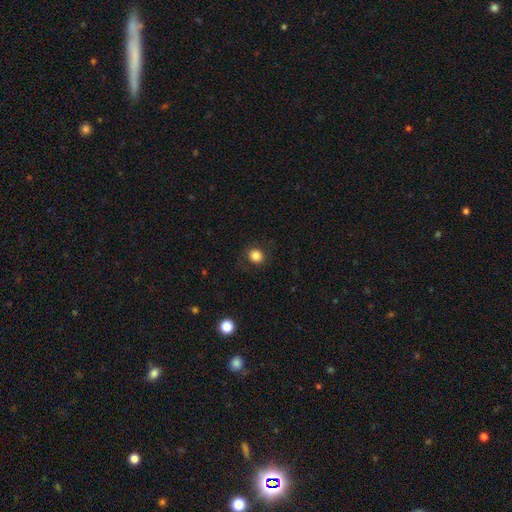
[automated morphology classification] This is clearly a smooth galaxy (84%). How rounded: clearly round (88%). Merging: clearly none (85%).